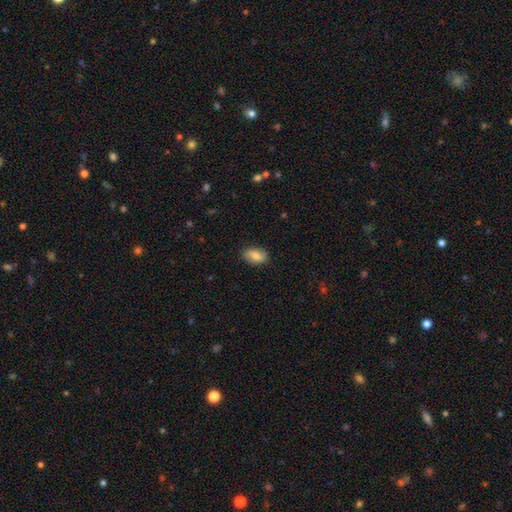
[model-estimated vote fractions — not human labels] Smooth or featured? Predicted: smooth (p=0.79). How rounded? Predicted: in between (p=0.90). Merging? Predicted: none (p=0.84).